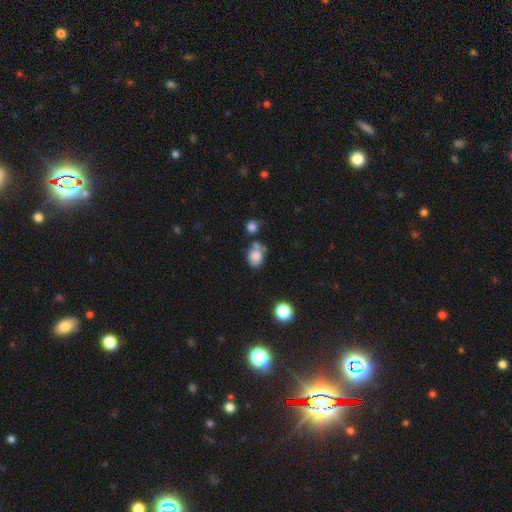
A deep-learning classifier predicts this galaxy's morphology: The model was most divided on "how rounded": in between: 53%, round: 46%, cigar-shaped: 1%. Remaining: smooth or featured — smooth (81%); merging — none (45%).